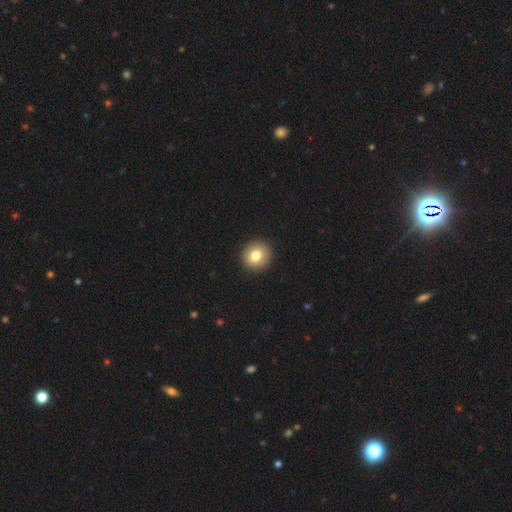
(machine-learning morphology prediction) type=smooth (79%); roundness=round (92%); merging=none (93%).